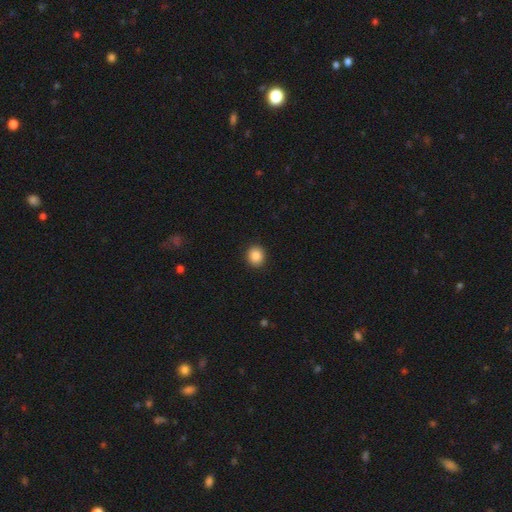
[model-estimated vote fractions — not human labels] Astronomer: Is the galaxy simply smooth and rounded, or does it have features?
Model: smooth — 88%.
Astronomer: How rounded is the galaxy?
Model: round — 83%.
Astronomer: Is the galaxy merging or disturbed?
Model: none — 92%.